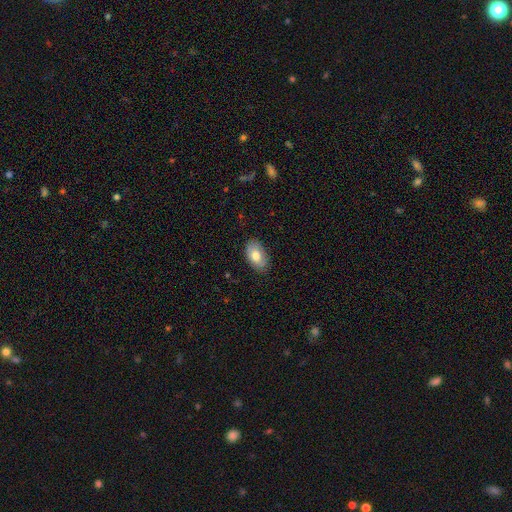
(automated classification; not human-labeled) Overall: smooth (77%). How rounded: in between (93%). Merging: none (83%).